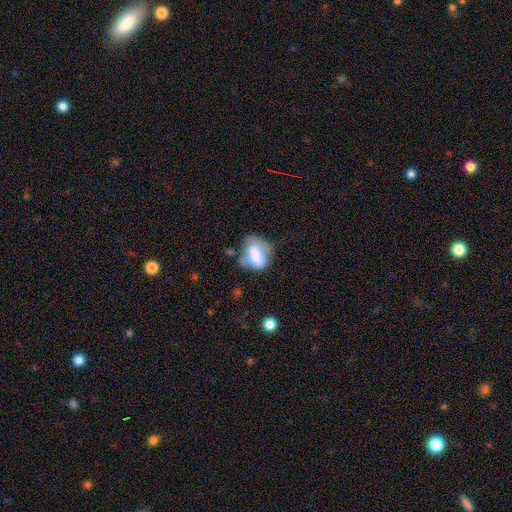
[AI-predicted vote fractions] Smooth or featured? Predicted: smooth (p=0.66). How rounded? Predicted: in between (p=0.73). Merging? Predicted: none (p=0.34).